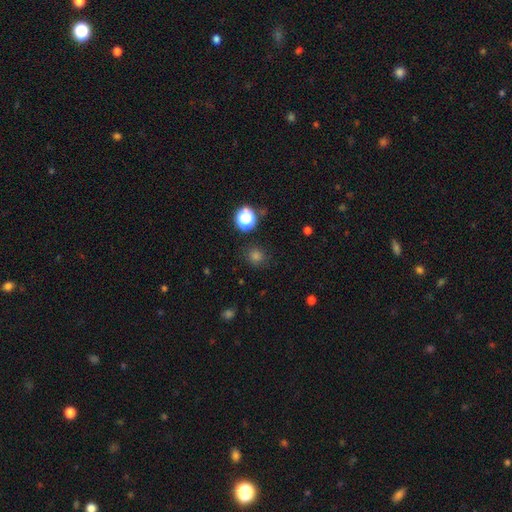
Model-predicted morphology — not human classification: type=smooth (72%); roundness=round (89%); merging=none (87%).